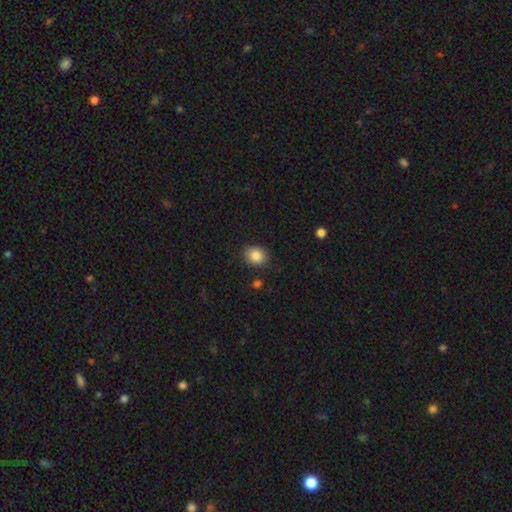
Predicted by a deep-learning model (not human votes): Smooth or featured?
  - smooth: 86% *
  - star or artifact: 9%
  - featured or disk: 5%
How rounded?
  - round: 57% *
  - in between: 43%
  - cigar-shaped: 1%
Merging?
  - none: 86% *
  - minor disturbance: 10%
  - major disturbance: 3%
  - merger: 2%